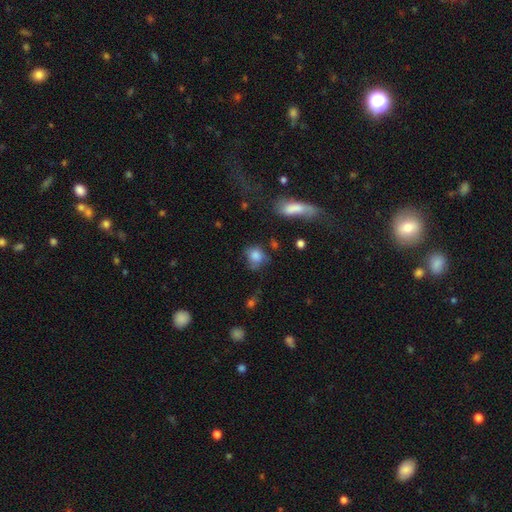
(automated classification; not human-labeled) smooth 78%, featured or disk 12%, star or artifact 10%. Down the decision tree: how rounded — round (66%); merging — none (50%).